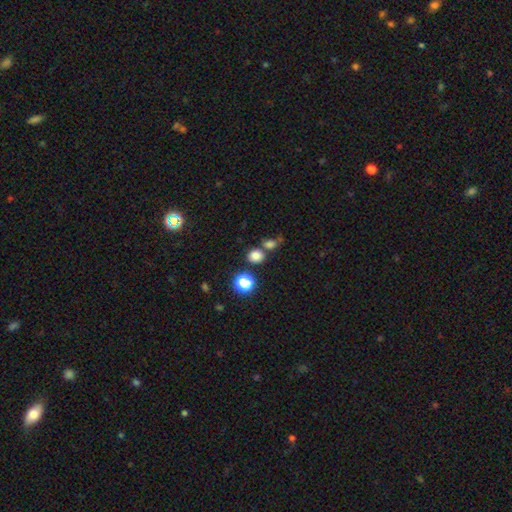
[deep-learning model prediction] Smooth or featured?
  - smooth: 77% *
  - star or artifact: 17%
  - featured or disk: 5%
How rounded?
  - round: 73% *
  - in between: 26%
  - cigar-shaped: 1%
Merging?
  - none: 65% *
  - merger: 23%
  - minor disturbance: 9%
  - major disturbance: 4%